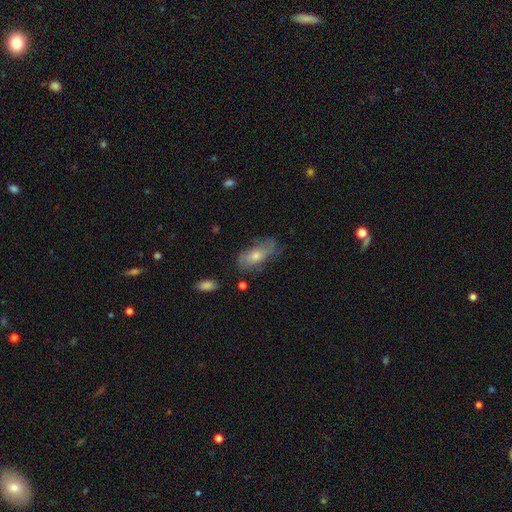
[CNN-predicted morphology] The model was most divided on "smooth or featured": featured or disk: 46%, smooth: 44%, star or artifact: 10%. More confident: merging — none (65%).